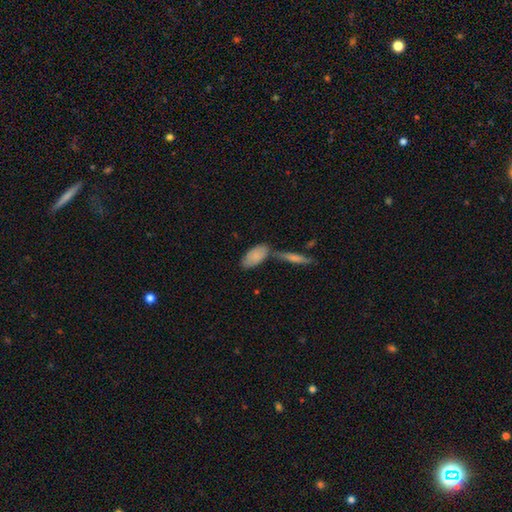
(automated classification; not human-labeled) smooth_or_featured: smooth (p=0.80) [alt: featured or disk p=0.14]
how_rounded: in between (p=0.87) [alt: cigar-shaped p=0.10]
merging: none (p=0.51) [alt: merger p=0.28]